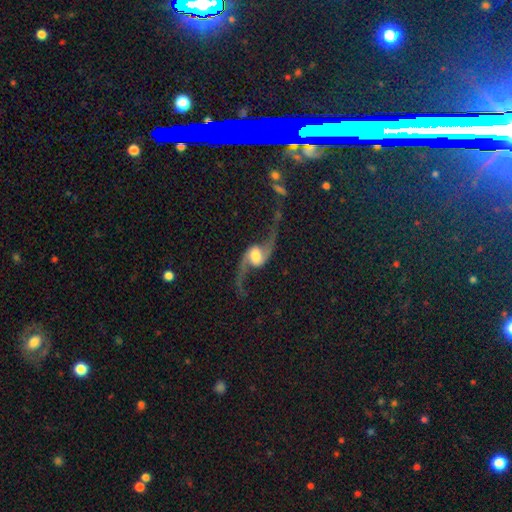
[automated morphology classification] This is clearly a featured or disk galaxy (90%). It is clearly not viewed edge-on (94%). Bar: marginally no (45%). Spiral arm pattern: clearly yes (97%). Spiral arm count: clearly 2 (95%). Spiral winding: clearly loose (93%). Central bulge: marginally moderate (37%, tied with large). Merging: likely none (69%).